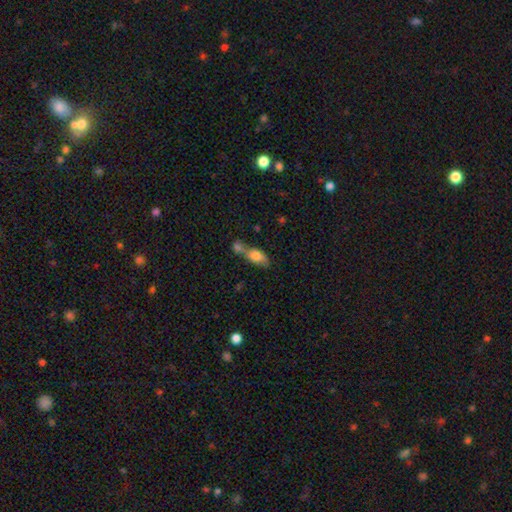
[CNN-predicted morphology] This is likely a smooth galaxy (69%). How rounded: likely in between (76%). Merging: possibly merger (58%).